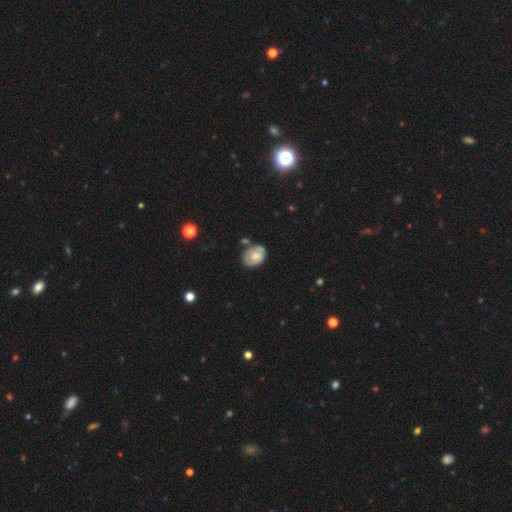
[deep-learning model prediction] Smooth or featured?
  - featured or disk: 48% *
  - smooth: 45%
  - star or artifact: 7%
Merging?
  - none: 62% *
  - minor disturbance: 24%
  - merger: 8%
  - major disturbance: 6%